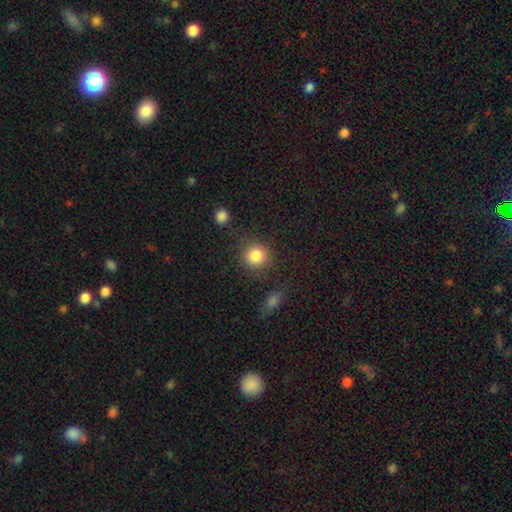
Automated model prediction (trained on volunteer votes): Smooth or featured? Predicted: smooth (p=0.86). How rounded? Predicted: round (p=0.89). Merging? Predicted: none (p=0.81).